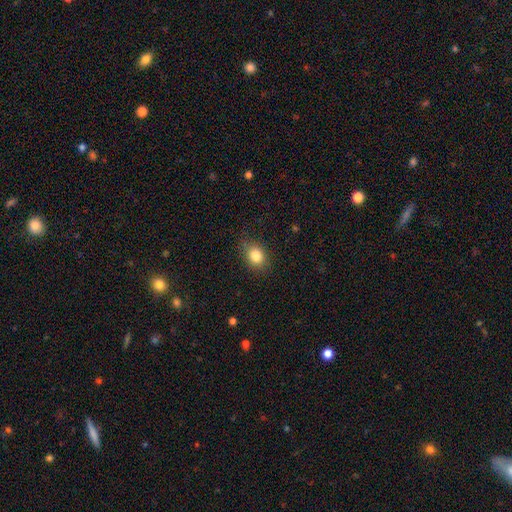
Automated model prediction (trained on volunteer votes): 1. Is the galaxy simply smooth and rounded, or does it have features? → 84% smooth, 10% star or artifact, 7% featured or disk.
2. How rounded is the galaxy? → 52% in between, 46% round, 1% cigar-shaped.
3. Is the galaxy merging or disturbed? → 80% none, 15% minor disturbance, 4% major disturbance, 1% merger.